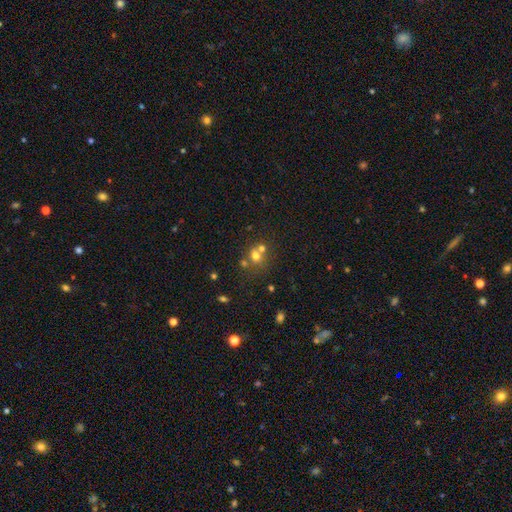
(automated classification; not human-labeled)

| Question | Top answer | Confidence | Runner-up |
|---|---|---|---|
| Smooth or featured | smooth | 64% | star or artifact (20%) |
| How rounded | round | 77% | in between (22%) |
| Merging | none | 44% | tied: merger (44%) |